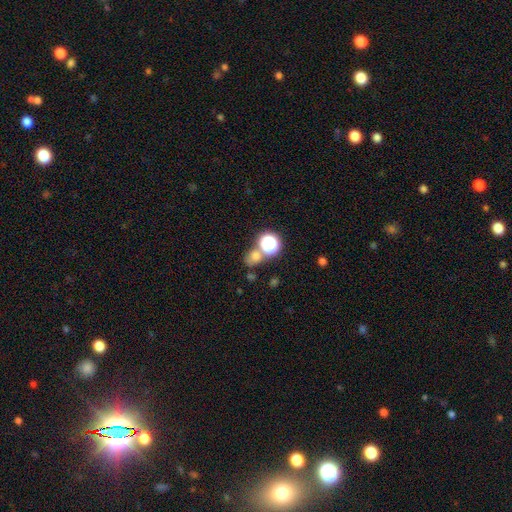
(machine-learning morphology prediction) Overall: smooth (63%; star or artifact 27%). How rounded: round (67%; in between 31%). Merging: none (56%; merger 28%).